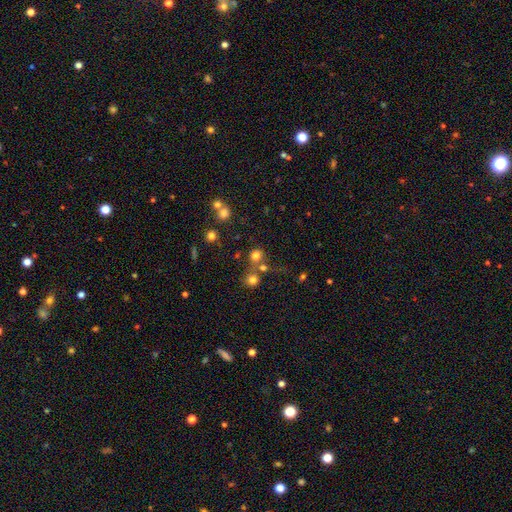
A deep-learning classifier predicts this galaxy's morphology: Overall: smooth (74%). How rounded: round (83%). Merging: none (59%; merger 27%).